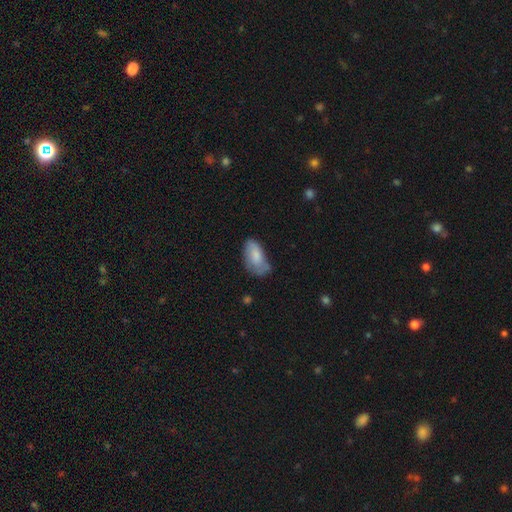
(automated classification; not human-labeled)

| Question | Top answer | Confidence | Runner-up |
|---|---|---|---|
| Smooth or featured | smooth | 76% | featured or disk (17%) |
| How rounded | in between | 92% | cigar-shaped (6%) |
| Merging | none | 46% | minor disturbance (37%) |